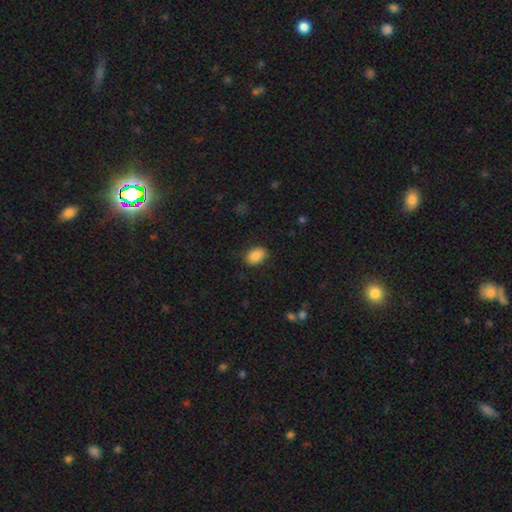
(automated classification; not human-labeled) smooth-or-featured: smooth: 87% | star or artifact: 8% | featured or disk: 5%
  how-rounded: in between: 83% | round: 15% | cigar-shaped: 1%
  merging: none: 85% | minor disturbance: 11% | major disturbance: 3% | merger: 1%